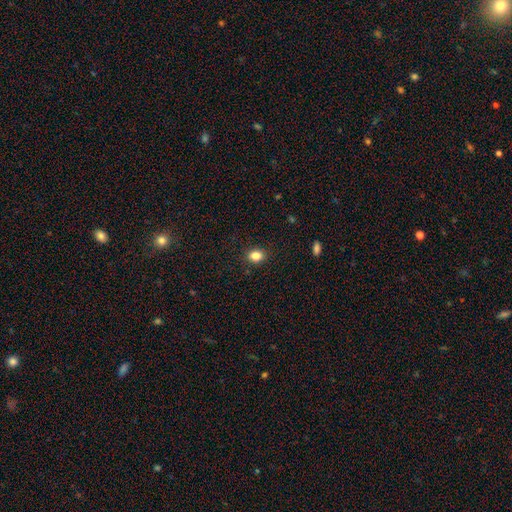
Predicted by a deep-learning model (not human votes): smooth-or-featured: smooth: 84% | star or artifact: 11% | featured or disk: 5%
  how-rounded: in between: 56% | round: 43% | cigar-shaped: 1%
  merging: none: 88% | minor disturbance: 9% | major disturbance: 2% | merger: 1%